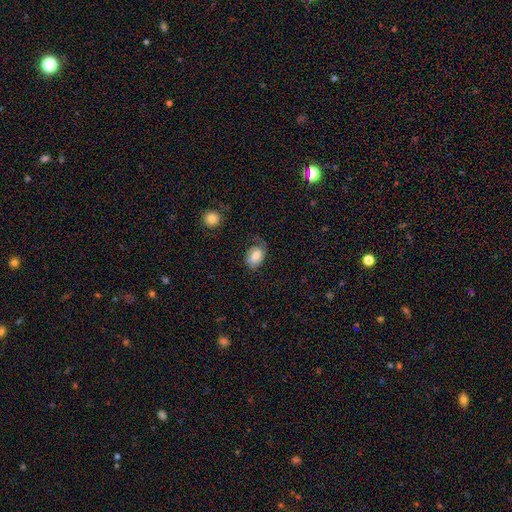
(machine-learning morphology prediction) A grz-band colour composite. It shows a smooth galaxy with no disk features (71%) that is in between round and cigar-shaped (83%). Merging: none (45%).